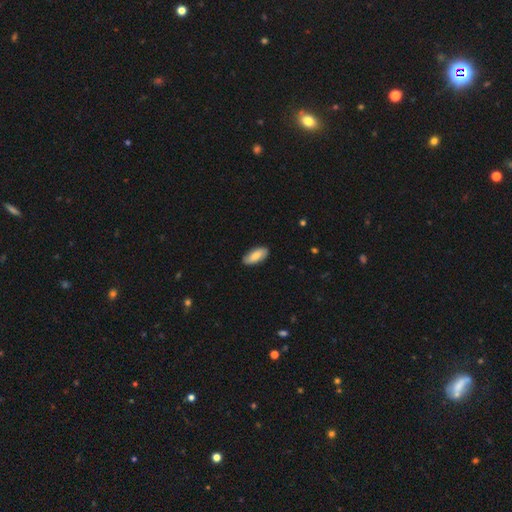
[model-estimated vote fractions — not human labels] Morphology: type=smooth (77%); roundness=in between (87%); merging=none (87%).